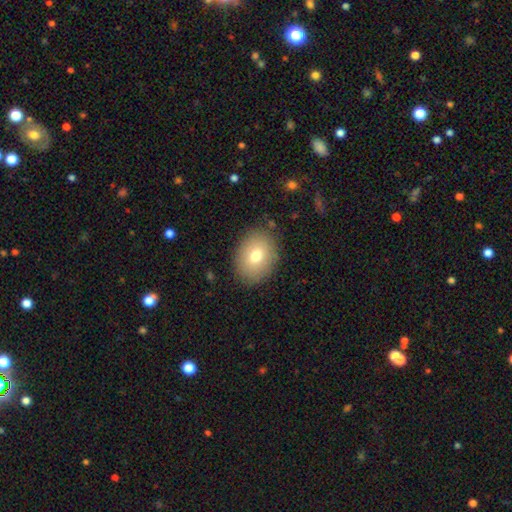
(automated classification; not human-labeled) The model was most divided on "how rounded": in between: 65%, round: 34%, cigar-shaped: 1%. More confident: merging — none (85%); smooth or featured — smooth (73%).